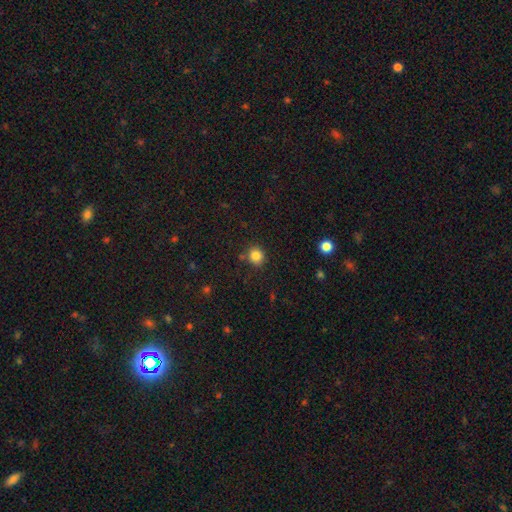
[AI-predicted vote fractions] Q: Smooth or featured?
A: smooth (85%); runner-up: star or artifact (11%)
Q: How rounded?
A: round (86%); runner-up: in between (13%)
Q: Merging?
A: none (82%); runner-up: minor disturbance (10%)